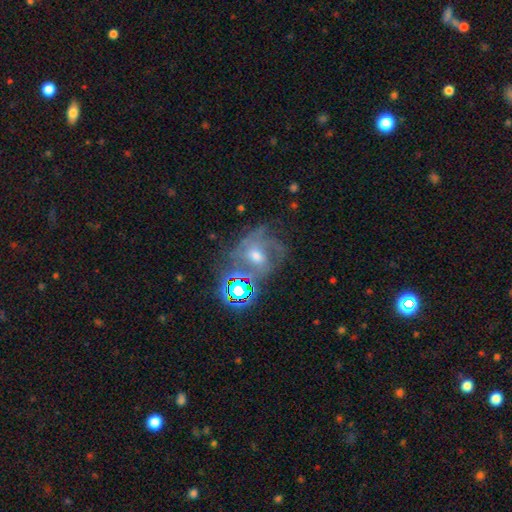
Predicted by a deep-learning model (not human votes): Smooth or featured? featured or disk (56%)
Edge-on disk? no (96%)
Bar? no (49%)
Spiral arms? yes (78%)
Bulge size? moderate (58%)
Merging? none (45%)